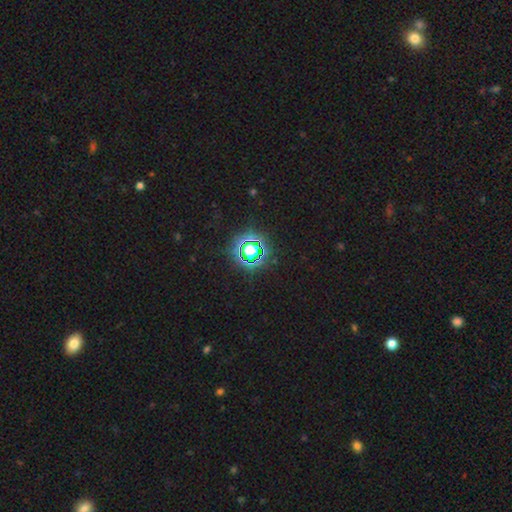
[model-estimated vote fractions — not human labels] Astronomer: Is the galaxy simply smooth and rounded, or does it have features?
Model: star or artifact — 75%.